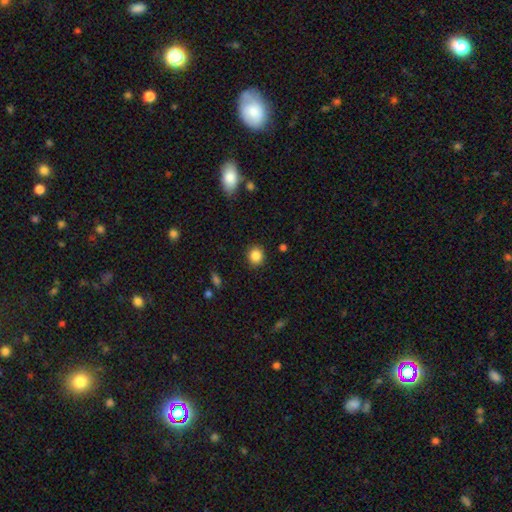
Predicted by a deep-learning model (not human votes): This appears to be a smooth galaxy with no disk features (85%) that is round (82%). Merging: none (90%).